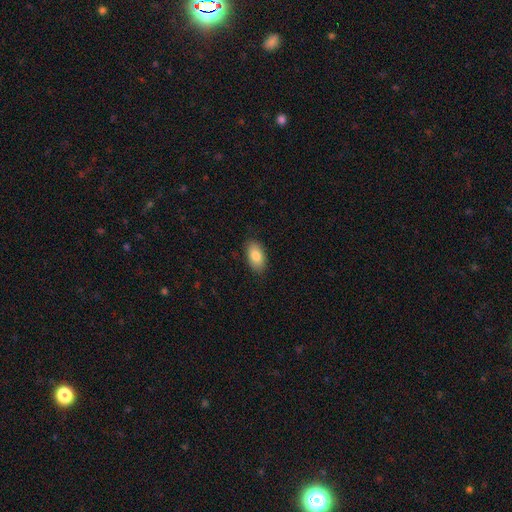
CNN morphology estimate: Smooth or featured: smooth — 83% (featured or disk — 10%)
How rounded: in between — 93% (round — 5%)
Merging: none — 87% (minor disturbance — 10%)